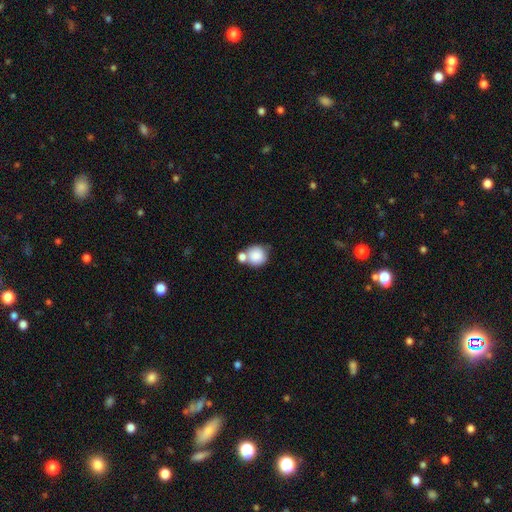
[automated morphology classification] Smooth or featured?
  - smooth: 84% *
  - star or artifact: 8%
  - featured or disk: 8%
How rounded?
  - round: 88% *
  - in between: 11%
  - cigar-shaped: 1%
Merging?
  - none: 44% *
  - merger: 40%
  - minor disturbance: 12%
  - major disturbance: 5%